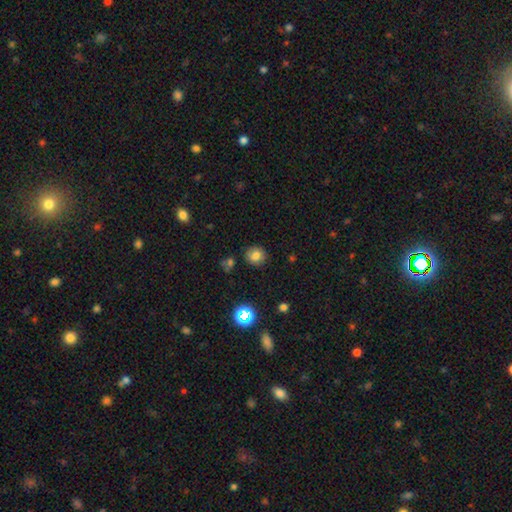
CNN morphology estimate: The model was most divided on "smooth or featured": smooth: 75%, star or artifact: 14%, featured or disk: 10%. More confident: how rounded — round (87%); merging — none (86%).